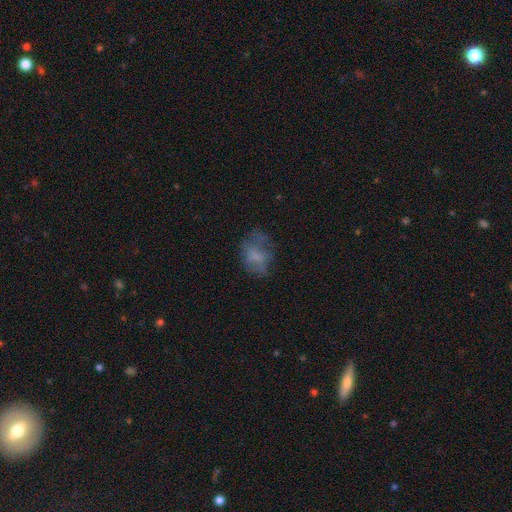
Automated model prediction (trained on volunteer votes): This is possibly a smooth galaxy (53%). How rounded: likely in between (67%). Merging: possibly none (50%).